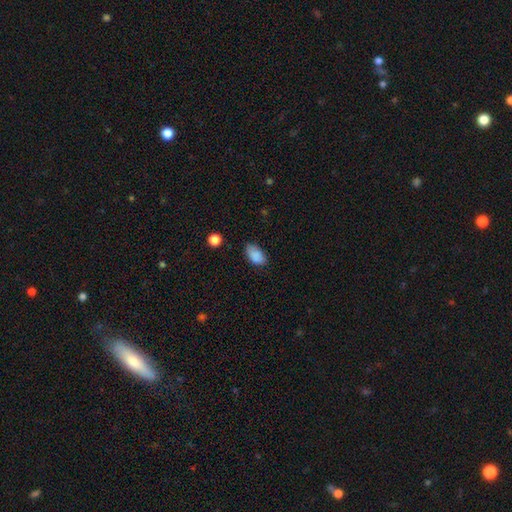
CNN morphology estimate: This appears to be a smooth galaxy with no disk features (87%) that is in between round and cigar-shaped (93%). Merging: none (73%).